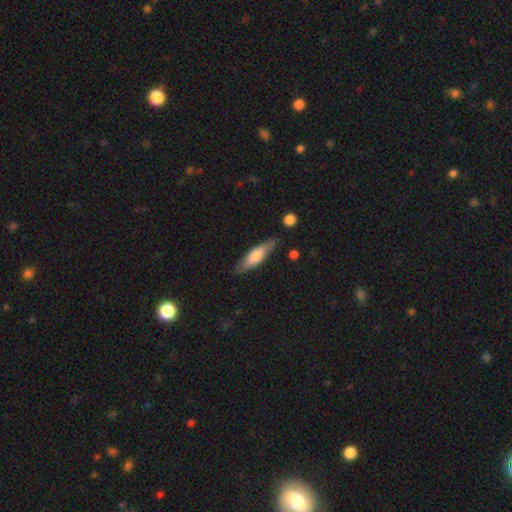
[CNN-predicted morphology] The model was most divided on "how rounded": cigar-shaped: 64%, in between: 34%, round: 2%. More confident: merging — none (81%); smooth or featured — smooth (63%).